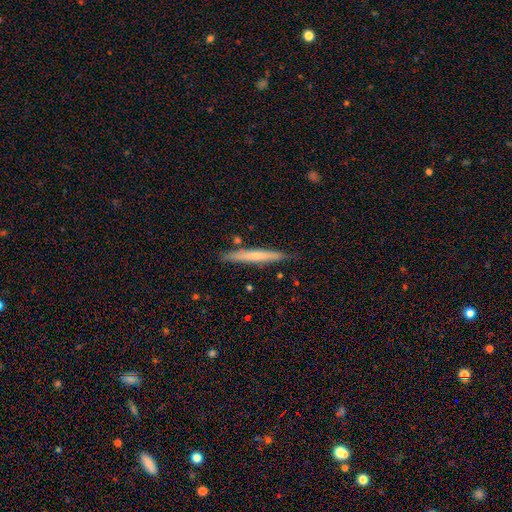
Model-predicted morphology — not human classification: Smooth or featured?
  - smooth: 53% *
  - featured or disk: 41%
  - star or artifact: 6%
How rounded?
  - cigar-shaped: 96% *
  - in between: 3%
  - round: 1%
Merging?
  - none: 85% *
  - minor disturbance: 11%
  - merger: 3%
  - major disturbance: 2%